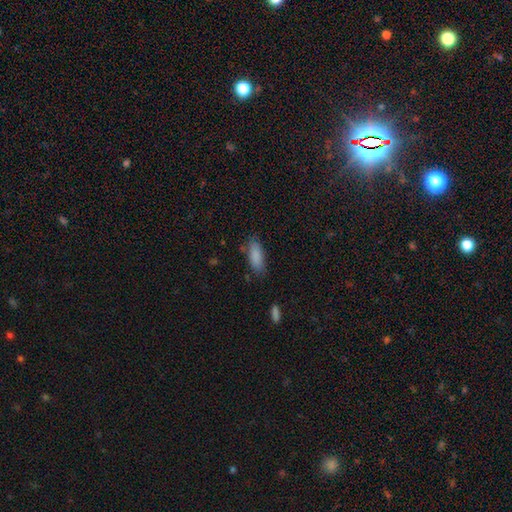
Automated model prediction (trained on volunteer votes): This is clearly a smooth galaxy (87%). How rounded: likely in between (75%). Merging: likely none (76%).